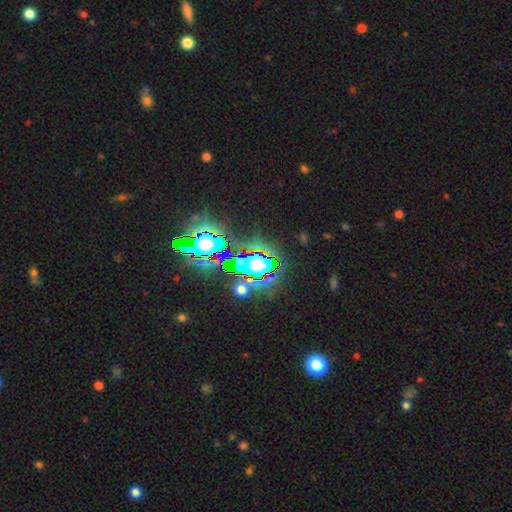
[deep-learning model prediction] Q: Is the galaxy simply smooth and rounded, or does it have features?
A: star or artifact — 75%.